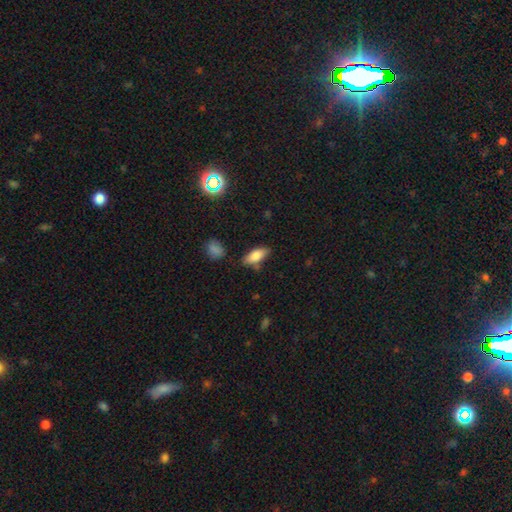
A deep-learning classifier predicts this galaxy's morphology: smooth_or_featured: smooth (p=0.78) [alt: featured or disk p=0.14]
how_rounded: in between (p=0.81) [alt: cigar-shaped p=0.16]
merging: none (p=0.72) [alt: minor disturbance p=0.19]